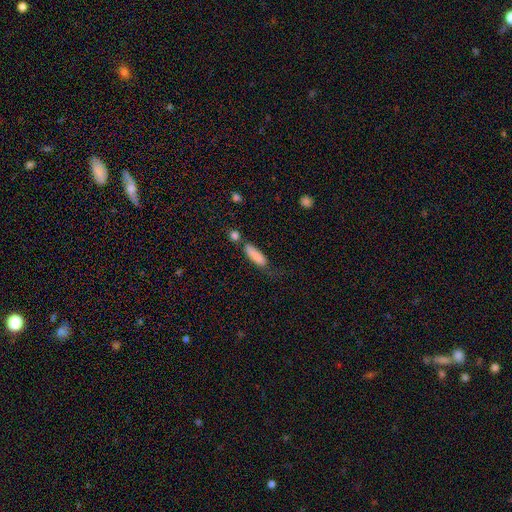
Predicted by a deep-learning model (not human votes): A smooth galaxy with no disk features (82%) that is cigar-shaped (55%).

Vote fractions:
- Smooth or featured? smooth: 82% / featured or disk: 11% / star or artifact: 7%
- How rounded? cigar-shaped: 55% / in between: 43% / round: 2%
- Merging? none: 47% / minor disturbance: 26% / merger: 16% / major disturbance: 11%